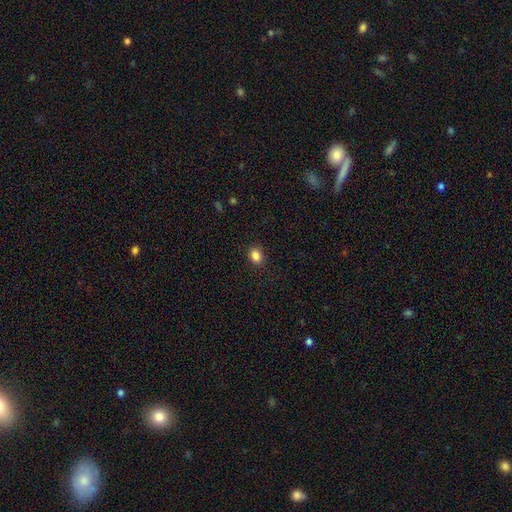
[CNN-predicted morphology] Smooth or featured: smooth — 85% (star or artifact — 10%)
How rounded: in between — 59% (round — 40%)
Merging: none — 89% (minor disturbance — 8%)